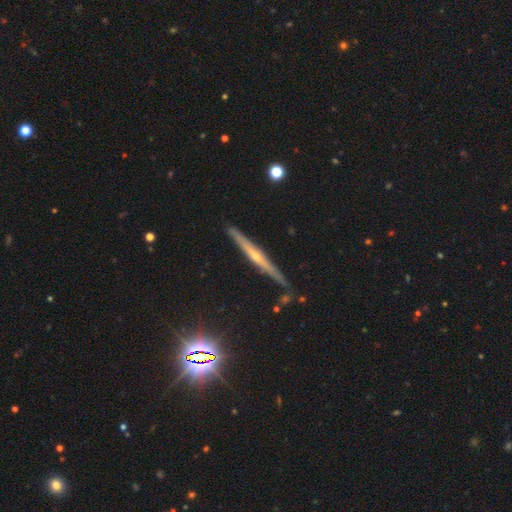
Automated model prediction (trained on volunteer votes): Smooth or featured? Predicted: featured or disk (p=0.75). Edge-on disk? Predicted: yes (p=0.97). Edge-on bulge? Predicted: rounded (p=0.72). Merging? Predicted: none (p=0.86).